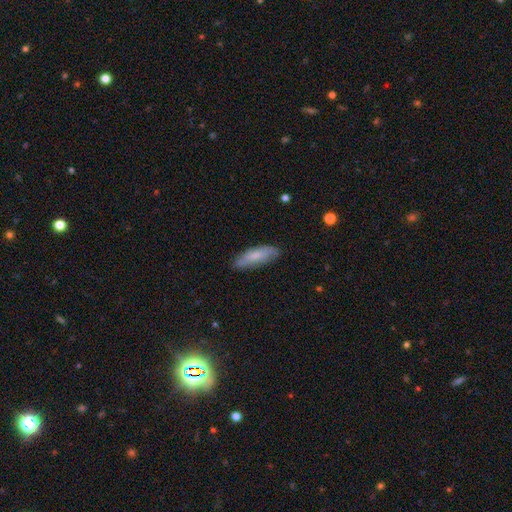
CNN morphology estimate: smooth-or-featured: smooth: 73% | featured or disk: 21% | star or artifact: 6%
  how-rounded: in between: 50% | cigar-shaped: 48% | round: 2%
  merging: none: 79% | minor disturbance: 16% | major disturbance: 3% | merger: 1%